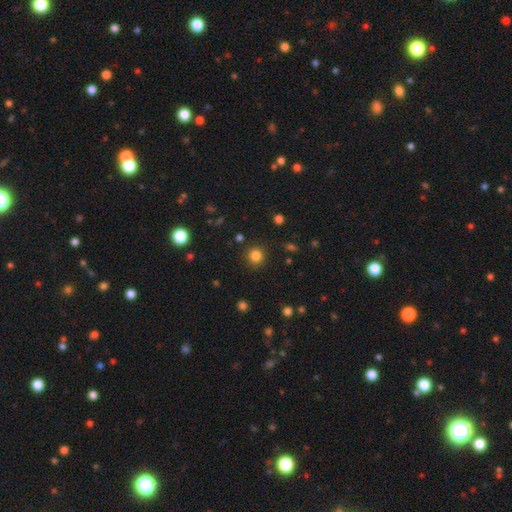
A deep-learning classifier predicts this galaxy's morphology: Smooth or featured? smooth (83%)
How rounded? round (93%)
Merging? none (89%)